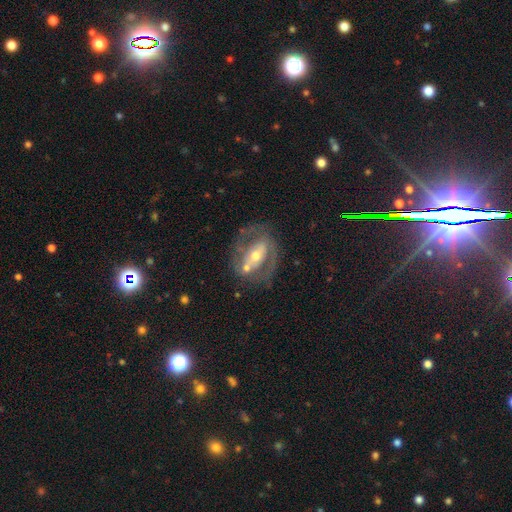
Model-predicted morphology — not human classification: Smooth or featured: featured or disk — 74% (smooth — 20%)
Edge-on disk: no — 93% (yes — 7%)
Bar: no — 36% (strong — 35%)
Spiral arms: yes — 53% (no — 47%)
Bulge size: moderate — 64% (small — 27%)
Merging: none — 59% (minor disturbance — 18%)